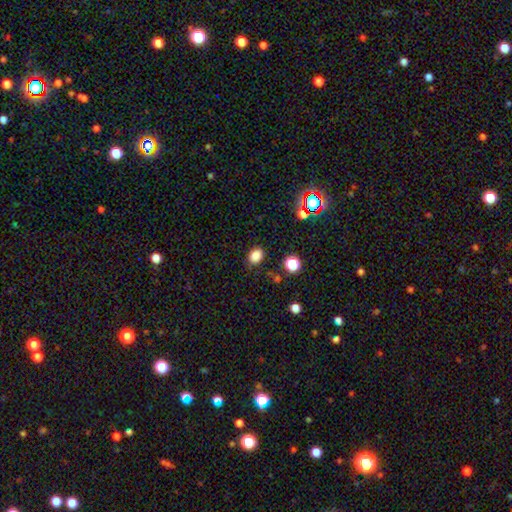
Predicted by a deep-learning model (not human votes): This appears to be a smooth galaxy with no disk features (83%) that is in between round and cigar-shaped (59%). Merging: none (84%).